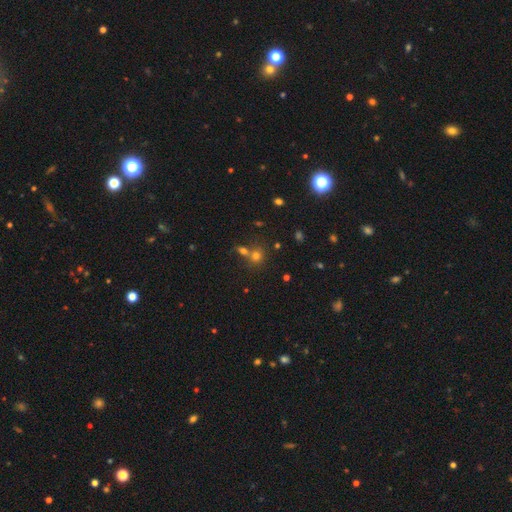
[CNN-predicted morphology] This is likely a smooth galaxy (68%). How rounded: likely round (78%). Merging: possibly none (48%).